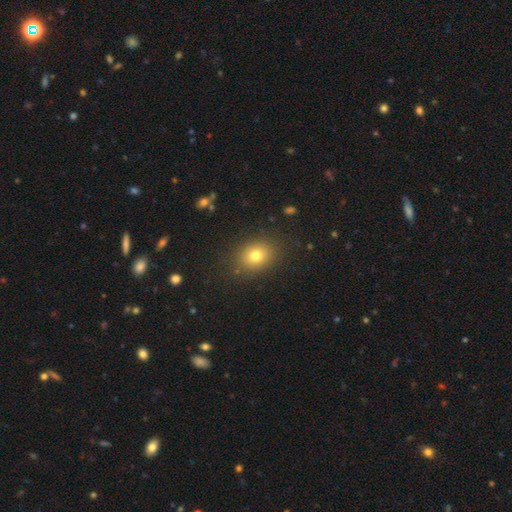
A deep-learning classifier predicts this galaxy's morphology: Smooth or featured: smooth — 76% (star or artifact — 13%)
How rounded: in between — 53% (round — 46%)
Merging: none — 85% (minor disturbance — 10%)